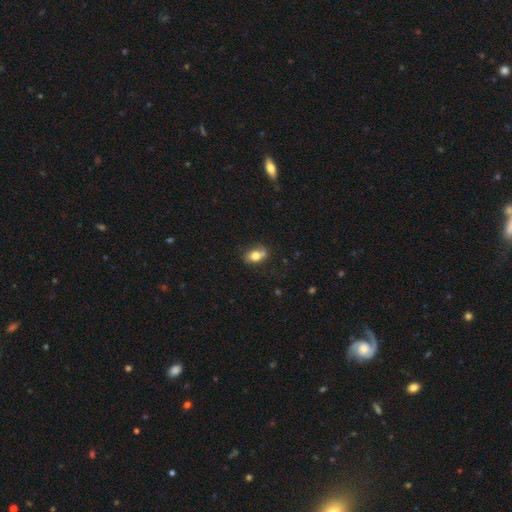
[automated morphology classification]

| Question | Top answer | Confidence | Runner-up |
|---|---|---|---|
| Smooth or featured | smooth | 76% | featured or disk (14%) |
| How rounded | in between | 75% | round (23%) |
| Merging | none | 55% | minor disturbance (25%) |